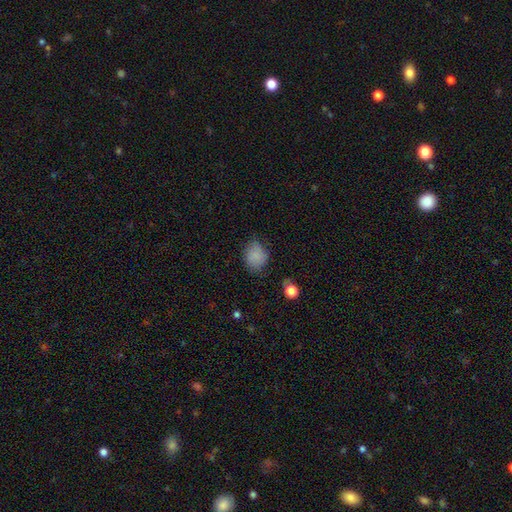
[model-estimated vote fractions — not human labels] This is clearly a smooth galaxy (81%). How rounded: possibly round (55%). Merging: likely none (66%).